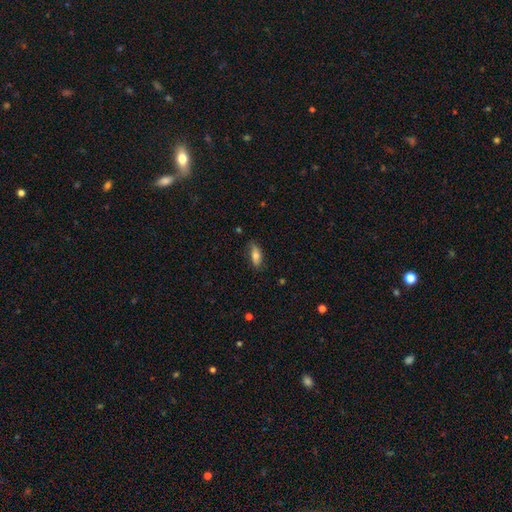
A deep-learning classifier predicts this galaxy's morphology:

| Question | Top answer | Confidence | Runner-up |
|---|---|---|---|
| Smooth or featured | smooth | 69% | featured or disk (24%) |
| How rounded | in between | 78% | cigar-shaped (19%) |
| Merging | none | 74% | minor disturbance (20%) |